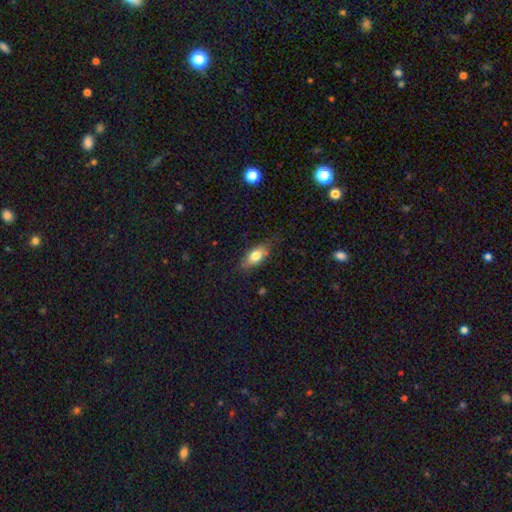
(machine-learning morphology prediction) Smooth or featured? Predicted: smooth (p=0.75). How rounded? Predicted: in between (p=0.82). Merging? Predicted: none (p=0.75).